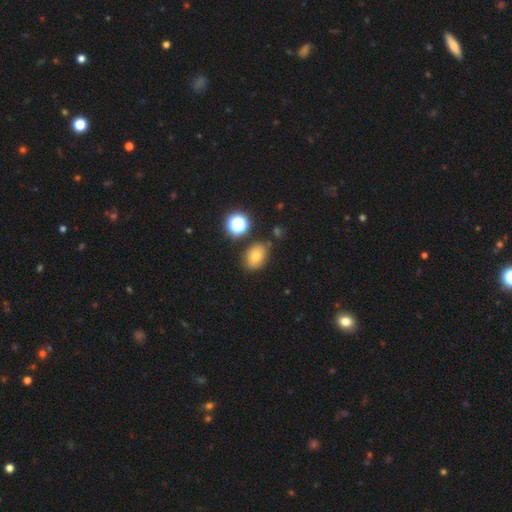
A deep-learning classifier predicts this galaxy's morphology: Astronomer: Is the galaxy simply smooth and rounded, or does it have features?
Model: smooth — 69%.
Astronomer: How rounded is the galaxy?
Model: in between — 67%.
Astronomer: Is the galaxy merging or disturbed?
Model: none — 79%.